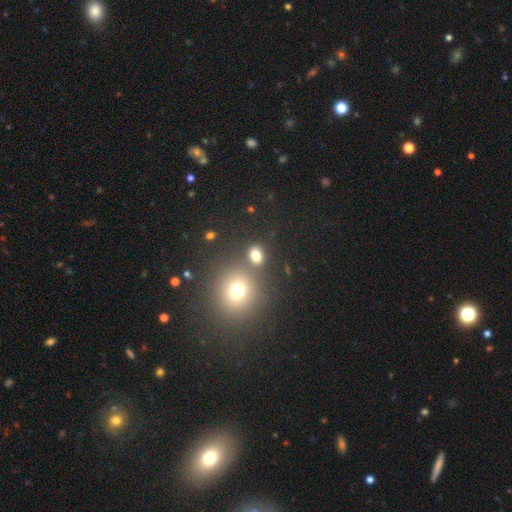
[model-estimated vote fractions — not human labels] smooth 75%, star or artifact 17%, featured or disk 7%. Down the decision tree: how rounded — round (52%); merging — none (71%).